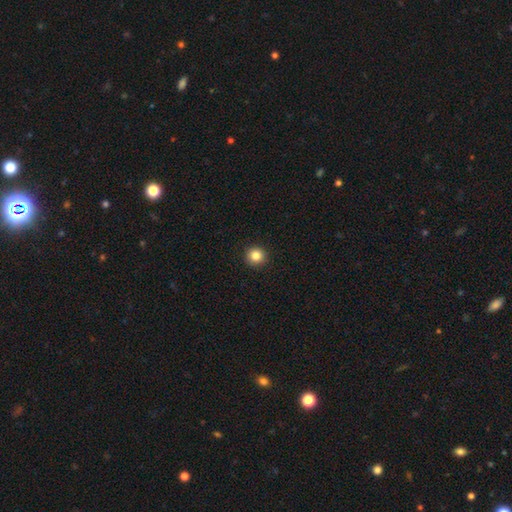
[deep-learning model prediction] Smooth or featured: smooth — 84% (star or artifact — 11%)
How rounded: round — 94% (in between — 5%)
Merging: none — 93% (minor disturbance — 4%)